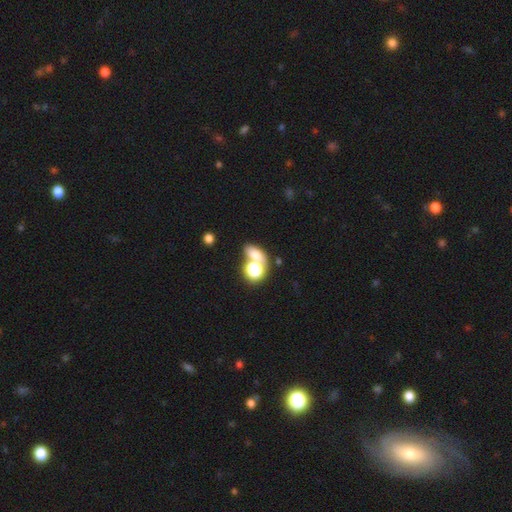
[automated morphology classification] Q: Smooth or featured?
A: smooth (67%); runner-up: star or artifact (18%)
Q: How rounded?
A: in between (65%); runner-up: round (31%)
Q: Merging?
A: merger (44%); runner-up: none (40%)